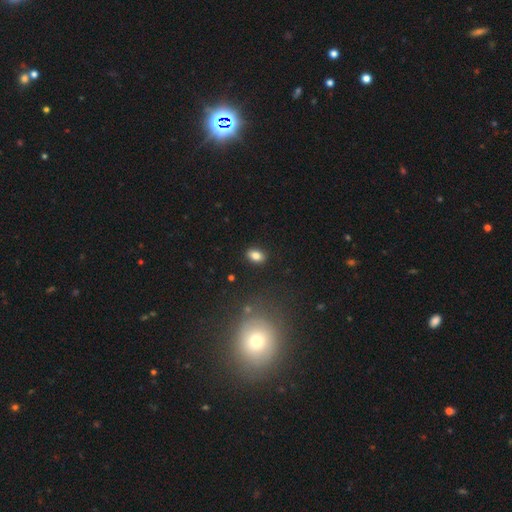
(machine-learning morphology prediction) This appears to be a smooth galaxy with no disk features (81%) that is in between round and cigar-shaped (80%). Merging: none (88%).